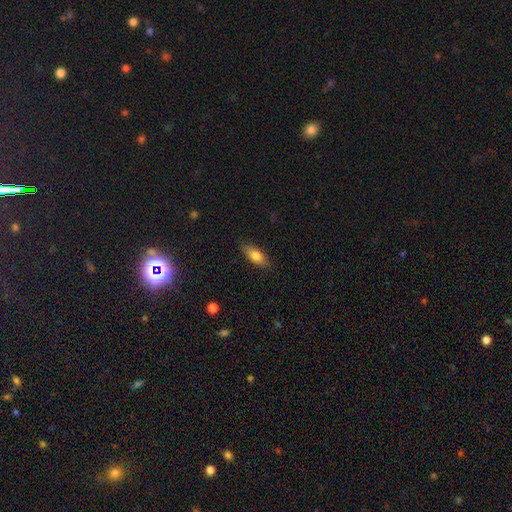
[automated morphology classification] smooth_or_featured: smooth (p=0.76) [alt: featured or disk p=0.17]
how_rounded: in between (p=0.76) [alt: cigar-shaped p=0.21]
merging: none (p=0.85) [alt: minor disturbance p=0.12]